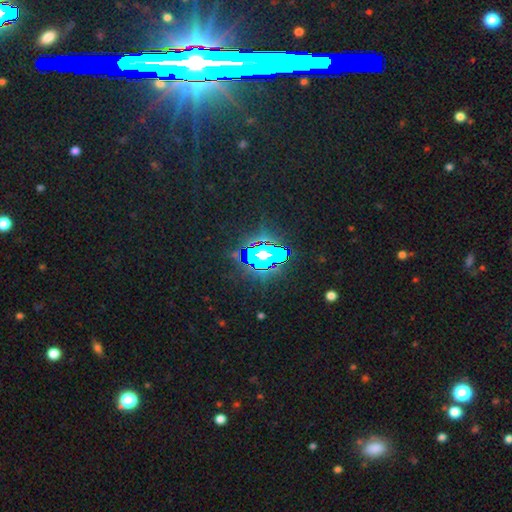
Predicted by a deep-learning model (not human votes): smooth_or_featured: star or artifact (p=0.82) [alt: smooth p=0.10]